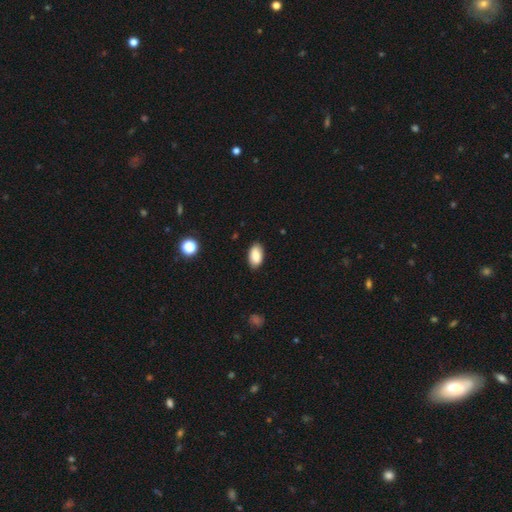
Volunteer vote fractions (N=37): Smooth or featured? smooth (89%)
How rounded? in between (97%)
Merging? none (89%)